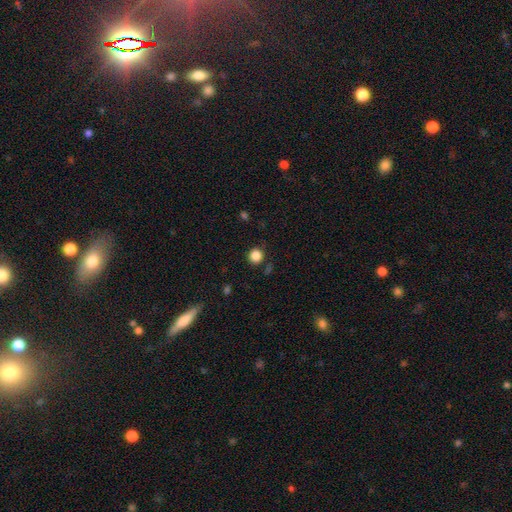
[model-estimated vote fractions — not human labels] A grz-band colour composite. It shows a smooth galaxy with no disk features (85%) that is round (92%). Merging: none (87%).